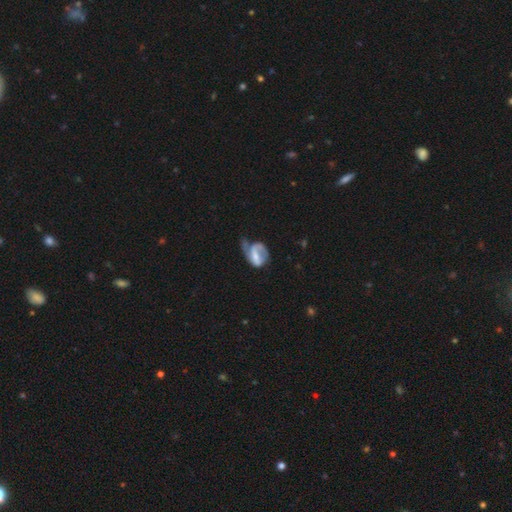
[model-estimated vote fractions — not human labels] Smooth or featured? Predicted: featured or disk (p=0.66). Edge-on disk? Predicted: no (p=0.97). Bar? Predicted: weak (p=0.42). Spiral arms? Predicted: yes (p=0.79). Spiral winding? Predicted: medium (p=0.39). Spiral arm count? Predicted: 1 (p=0.43). Bulge size? Predicted: small (p=0.42). Merging? Predicted: major disturbance (p=0.40).